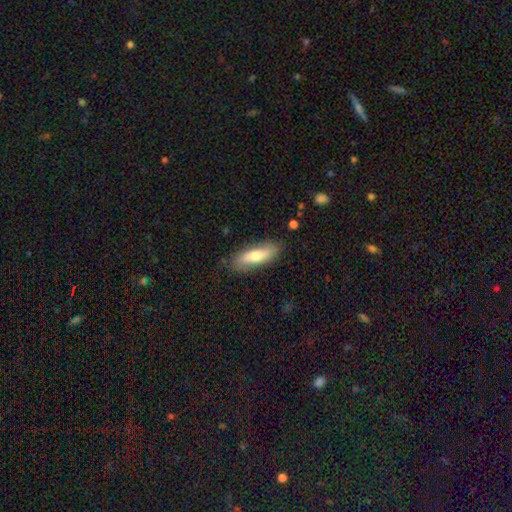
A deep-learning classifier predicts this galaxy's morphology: Smooth or featured? smooth (72%)
How rounded? in between (50%)
Merging? none (82%)